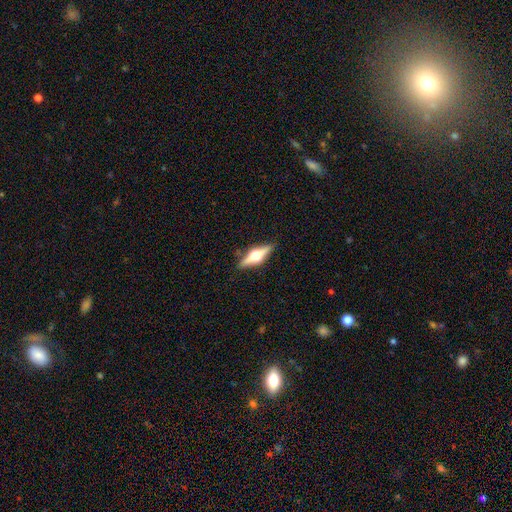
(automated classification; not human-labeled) smooth_or_featured: featured or disk (p=0.70) [alt: smooth p=0.24]
disk_edge_on: yes (p=0.97) [alt: no p=0.03]
edge_on_bulge: rounded (p=0.95) [alt: boxy p=0.04]
merging: none (p=0.87) [alt: minor disturbance p=0.09]